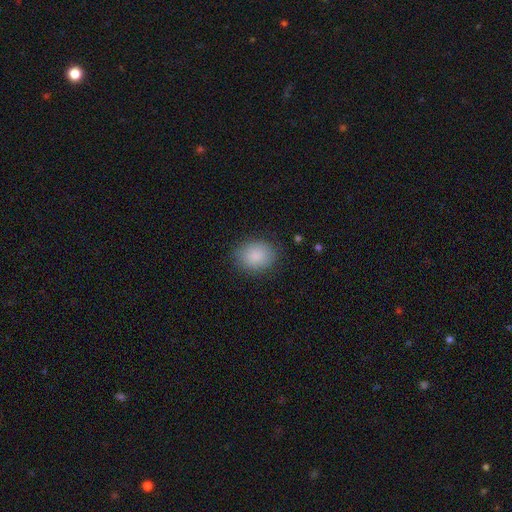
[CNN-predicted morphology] This is clearly a smooth galaxy (87%). How rounded: possibly in between (53%). Merging: clearly none (83%).